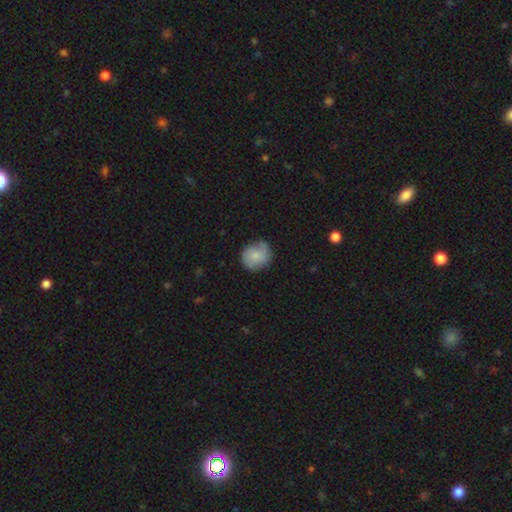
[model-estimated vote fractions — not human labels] smooth-or-featured: smooth: 69% | featured or disk: 23% | star or artifact: 7%
  how-rounded: round: 81% | in between: 18% | cigar-shaped: 1%
  merging: none: 67% | minor disturbance: 25% | major disturbance: 7% | merger: 2%